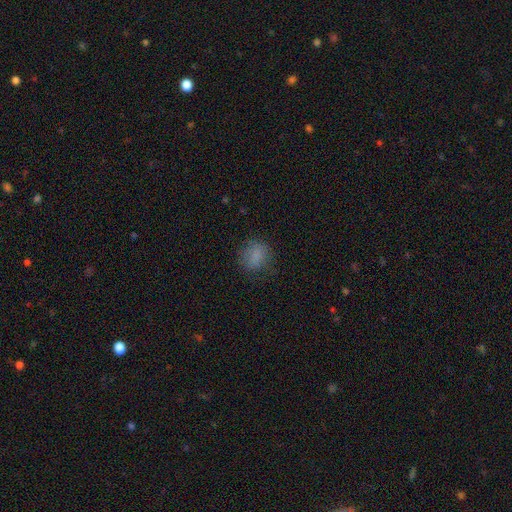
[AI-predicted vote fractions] Morphology: type=smooth (81%); roundness=round (61%); merging=none (73%).